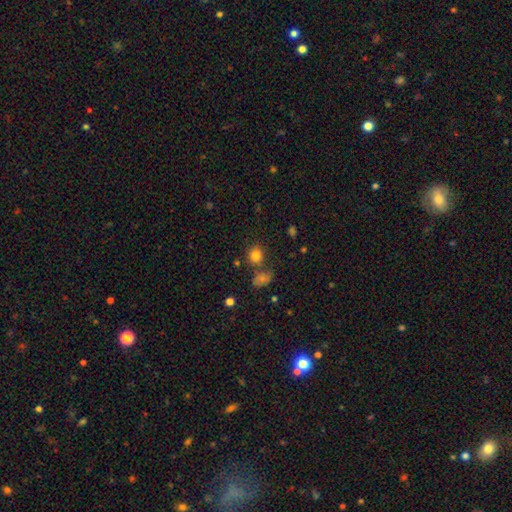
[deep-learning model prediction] Smooth or featured: smooth — 81% (star or artifact — 13%)
How rounded: round — 75% (in between — 24%)
Merging: none — 68% (merger — 17%)